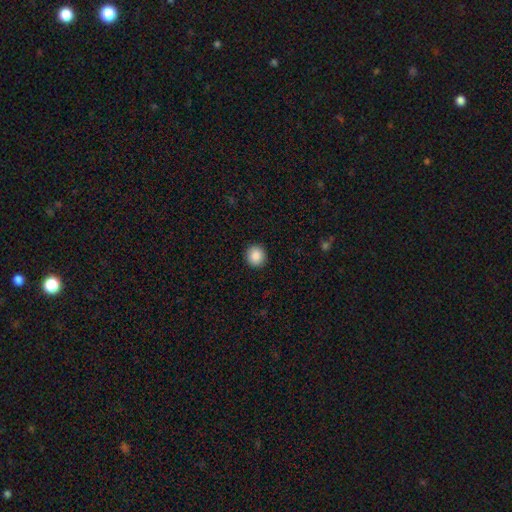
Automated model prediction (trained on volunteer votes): smooth 88%, star or artifact 8%, featured or disk 3%. Down the decision tree: how rounded — round (91%); merging — none (92%).